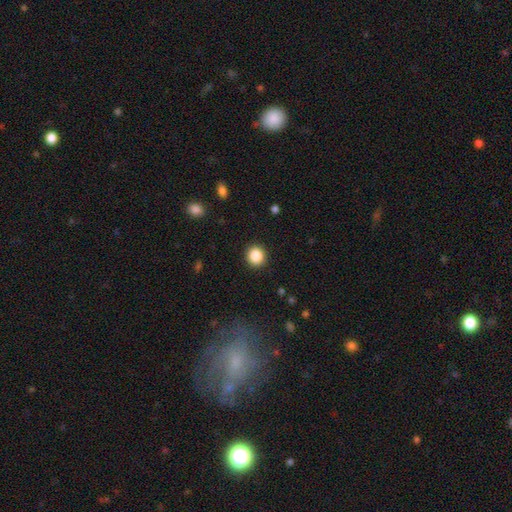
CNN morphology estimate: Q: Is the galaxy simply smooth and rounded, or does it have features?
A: smooth — 87%.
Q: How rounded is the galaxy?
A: round — 90%.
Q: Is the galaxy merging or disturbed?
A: none — 92%.